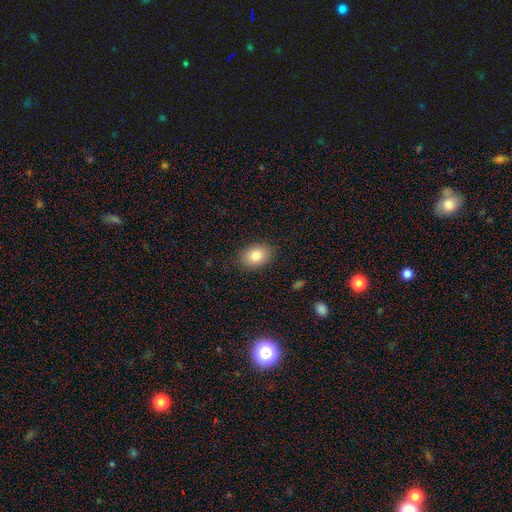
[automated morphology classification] This is clearly a smooth galaxy (82%). How rounded: likely in between (74%). Merging: clearly none (87%).